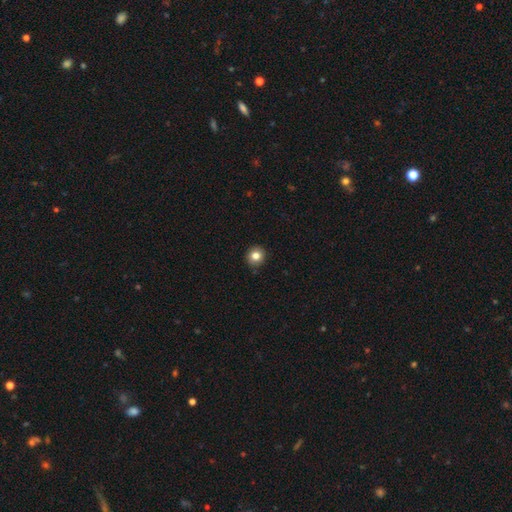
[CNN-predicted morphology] Smooth or featured: smooth — 82% (star or artifact — 11%)
How rounded: round — 90% (in between — 10%)
Merging: none — 89% (minor disturbance — 8%)